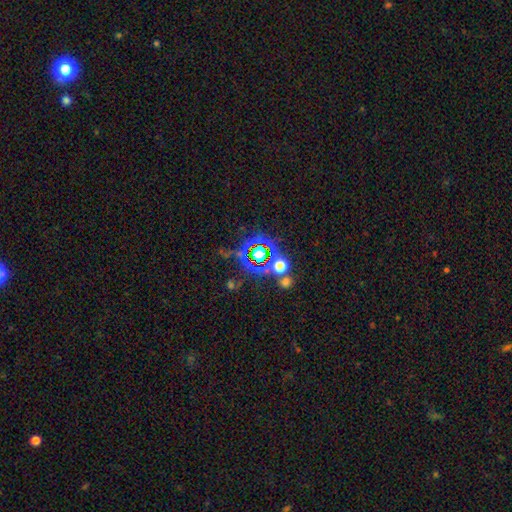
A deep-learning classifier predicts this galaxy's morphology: Overall: star or artifact (78%).